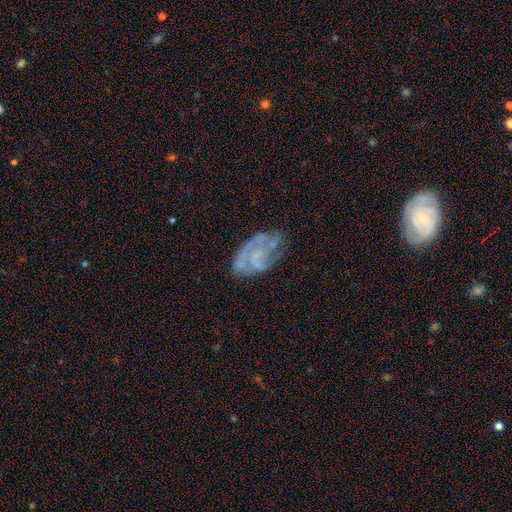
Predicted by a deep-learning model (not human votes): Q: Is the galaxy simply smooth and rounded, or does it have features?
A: featured or disk — 74%.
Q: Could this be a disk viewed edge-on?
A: no — 97%.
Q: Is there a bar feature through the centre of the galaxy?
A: no — 70%.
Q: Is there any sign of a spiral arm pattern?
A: yes — 77%.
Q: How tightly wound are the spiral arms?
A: tight — 40%.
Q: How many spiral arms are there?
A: can't tell — 32%.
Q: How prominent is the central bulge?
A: none — 59%.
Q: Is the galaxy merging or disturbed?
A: none — 55%.